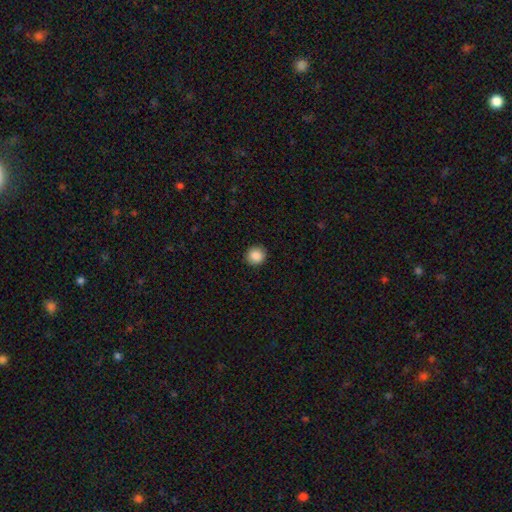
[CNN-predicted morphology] Smooth or featured: smooth — 88% (star or artifact — 8%)
How rounded: round — 92% (in between — 7%)
Merging: none — 92% (minor disturbance — 6%)